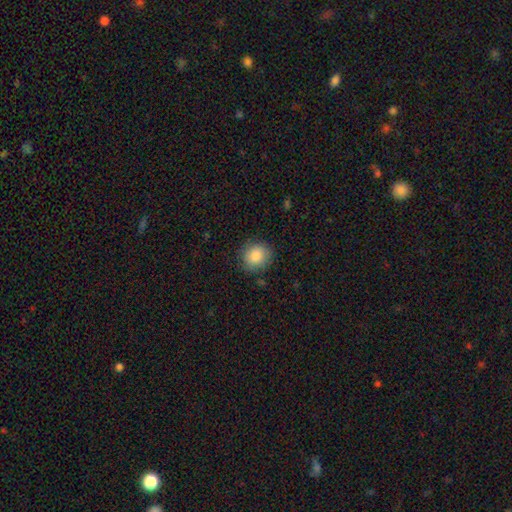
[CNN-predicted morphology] A smooth galaxy with no disk features (86%) that is round (82%). Merging: none (85%).